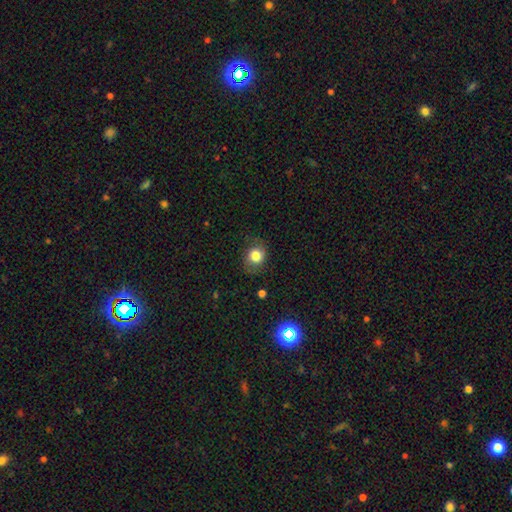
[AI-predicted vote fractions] Overall: smooth (78%). How rounded: round (66%; in between 33%). Merging: none (73%).